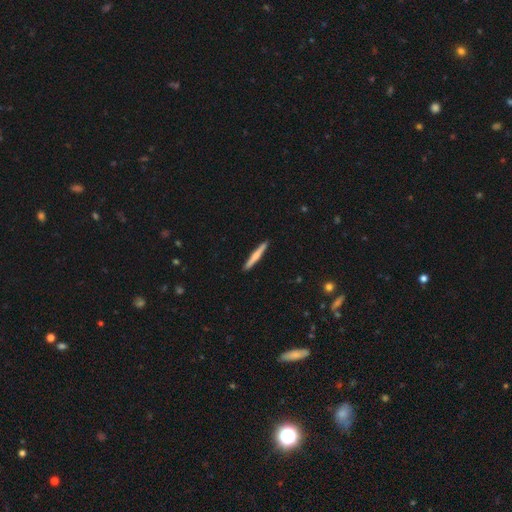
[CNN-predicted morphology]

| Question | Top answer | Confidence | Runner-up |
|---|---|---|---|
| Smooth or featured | smooth | 55% | featured or disk (40%) |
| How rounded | cigar-shaped | 95% | in between (3%) |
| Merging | none | 92% | minor disturbance (6%) |